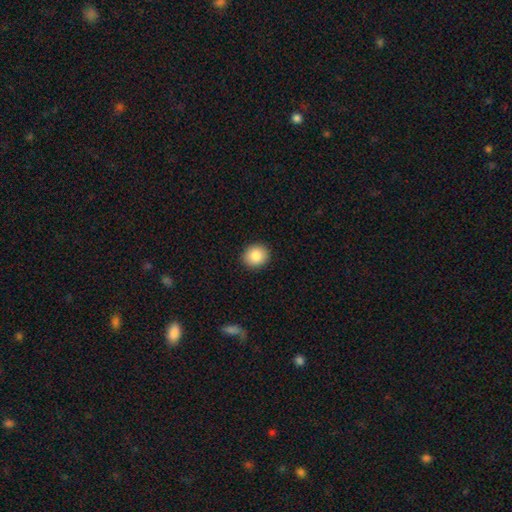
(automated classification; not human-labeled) A smooth galaxy with no disk features (87%) that is round (82%).

Vote fractions:
- Smooth or featured? smooth: 87% / star or artifact: 8% / featured or disk: 5%
- How rounded? round: 82% / in between: 17% / cigar-shaped: 1%
- Merging? none: 92% / minor disturbance: 6% / major disturbance: 2% / merger: 1%